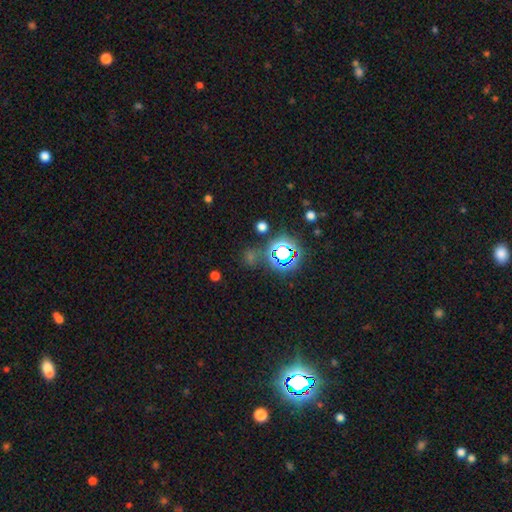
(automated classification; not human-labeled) This is likely a star or artifact rather than a galaxy (73%).